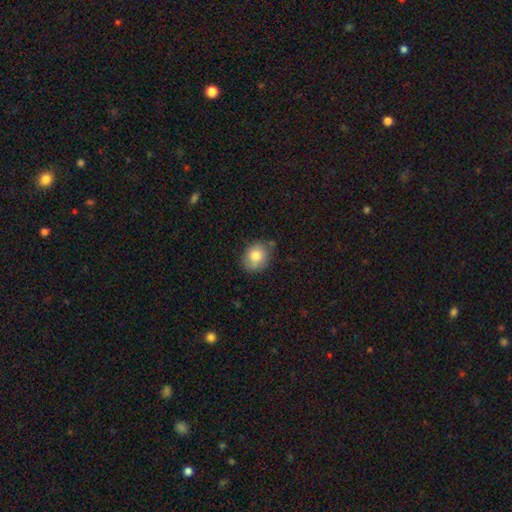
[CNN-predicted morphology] Smooth or featured?
  - smooth: 79% *
  - featured or disk: 13%
  - star or artifact: 8%
How rounded?
  - round: 54% *
  - in between: 45%
  - cigar-shaped: 1%
Merging?
  - none: 69% *
  - minor disturbance: 23%
  - major disturbance: 5%
  - merger: 3%